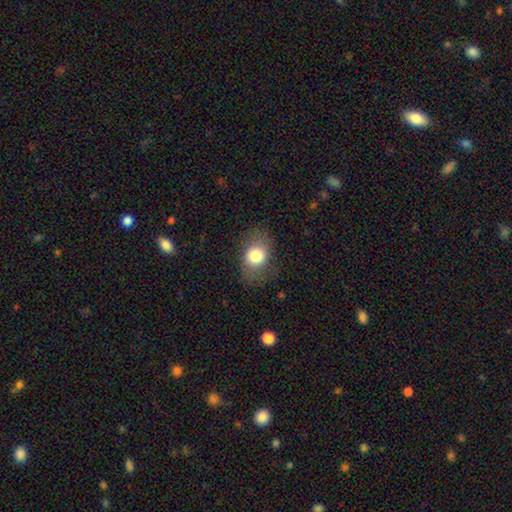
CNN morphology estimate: Smooth or featured? Predicted: smooth (p=0.76). How rounded? Predicted: in between (p=0.65). Merging? Predicted: none (p=0.73).